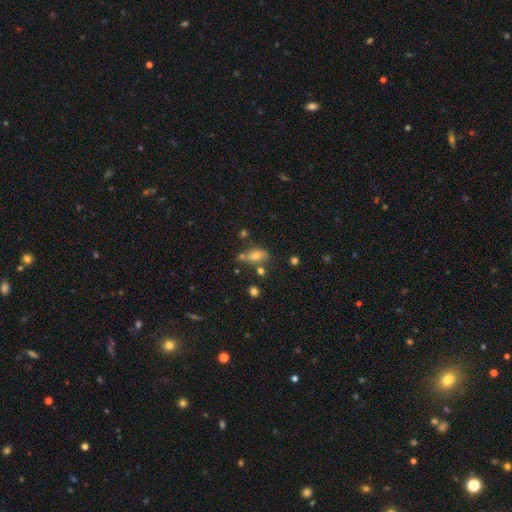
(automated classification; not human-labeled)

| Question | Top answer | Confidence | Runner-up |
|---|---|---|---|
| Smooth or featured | smooth | 67% | featured or disk (20%) |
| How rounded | in between | 78% | round (12%) |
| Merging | none | 58% | minor disturbance (18%) |